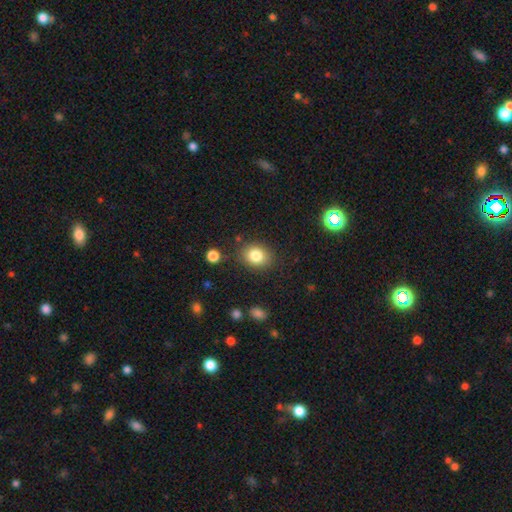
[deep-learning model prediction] Smooth or featured: smooth — 82% (star or artifact — 10%)
How rounded: round — 56% (in between — 43%)
Merging: none — 82% (minor disturbance — 11%)